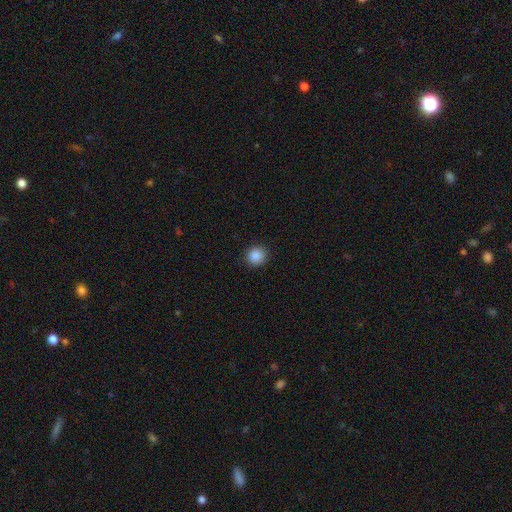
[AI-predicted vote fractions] The model was most divided on "smooth or featured": smooth: 88%, star or artifact: 9%, featured or disk: 3%. More confident: how rounded — round (92%); merging — none (92%).